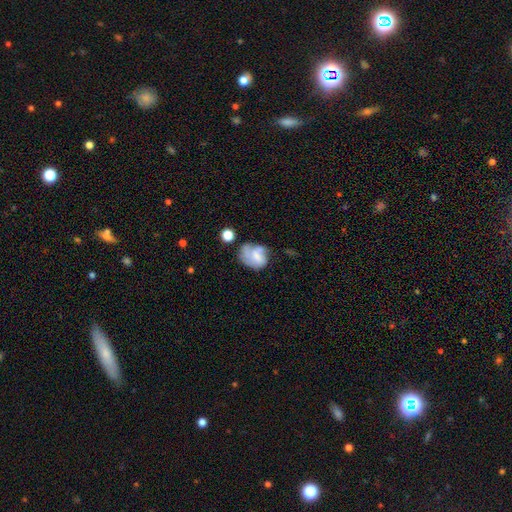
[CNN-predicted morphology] Overall: smooth (49%; featured or disk 42%). Merging: none (37%; minor disturbance 27%).